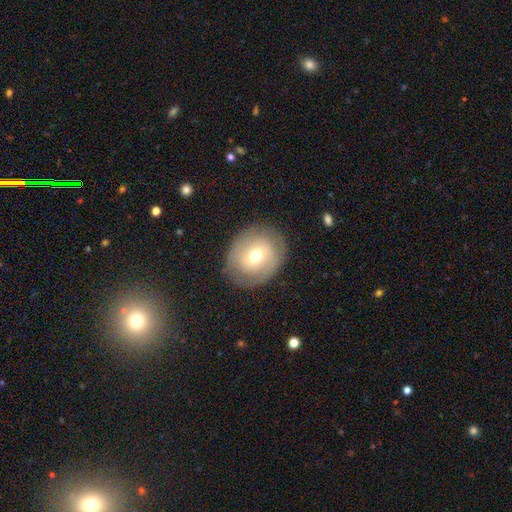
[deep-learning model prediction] Q: Smooth or featured?
A: smooth (47%); runner-up: featured or disk (44%)
Q: Merging?
A: none (81%); runner-up: minor disturbance (13%)